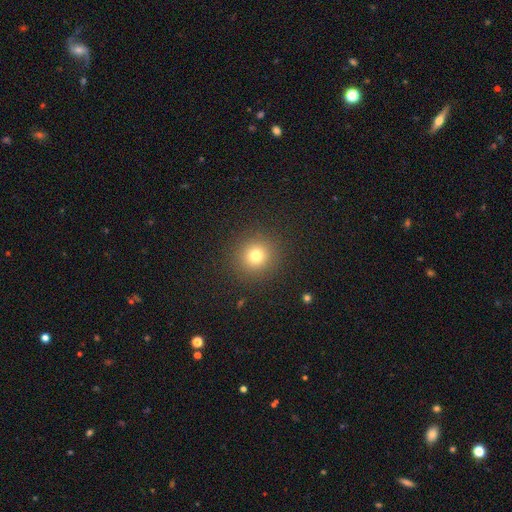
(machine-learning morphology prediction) smooth-or-featured: smooth: 75% | star or artifact: 16% | featured or disk: 9%
  how-rounded: round: 92% | in between: 7% | cigar-shaped: 1%
  merging: none: 90% | minor disturbance: 6% | major disturbance: 3% | merger: 1%